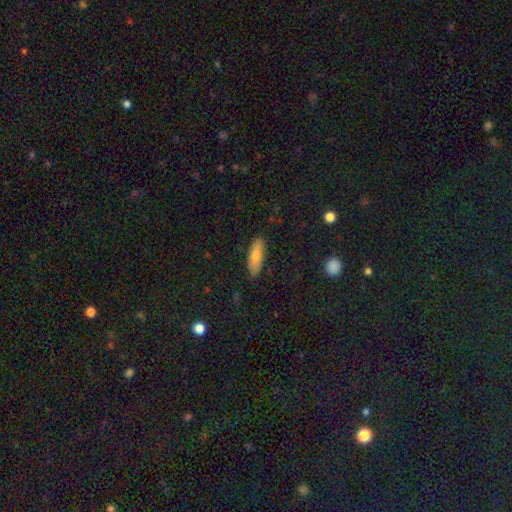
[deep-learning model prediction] Smooth or featured? smooth (70%)
How rounded? in between (49%)
Merging? none (86%)